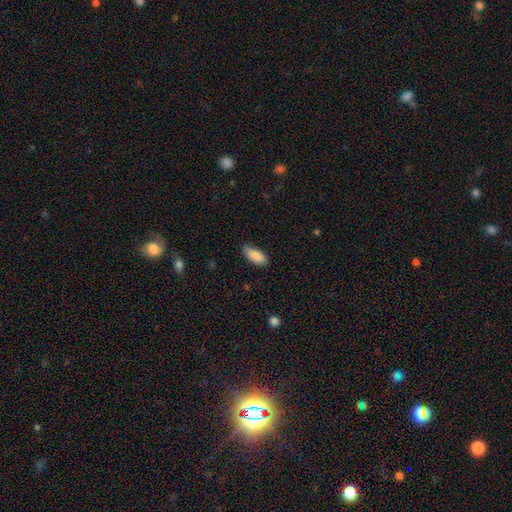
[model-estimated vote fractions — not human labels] The model was most divided on "merging": none: 70%, minor disturbance: 25%, major disturbance: 3%, merger: 1%. More confident: smooth or featured — smooth (87%); how rounded — in between (86%).